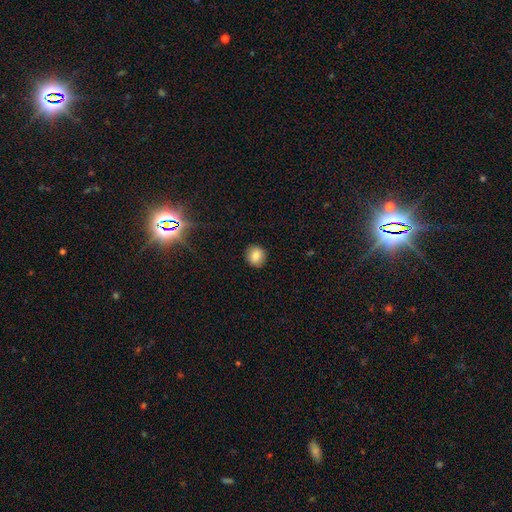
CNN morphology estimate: Smooth or featured? smooth (82%)
How rounded? round (86%)
Merging? none (91%)